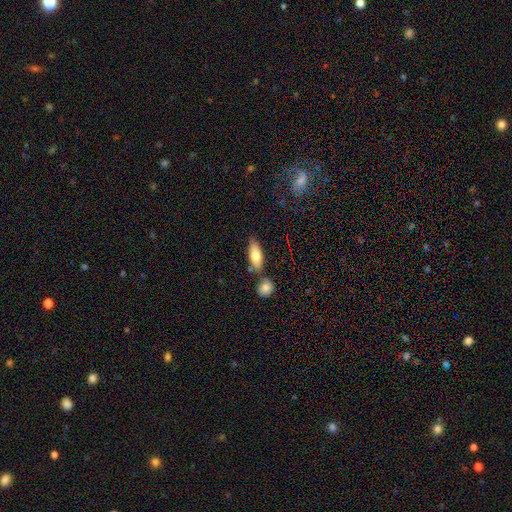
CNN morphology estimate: A smooth galaxy with no disk features (74%) that is in between round and cigar-shaped (71%).

Vote fractions:
- Smooth or featured? smooth: 74% / featured or disk: 19% / star or artifact: 6%
- How rounded? in between: 71% / cigar-shaped: 26% / round: 3%
- Merging? none: 68% / merger: 15% / minor disturbance: 14% / major disturbance: 3%